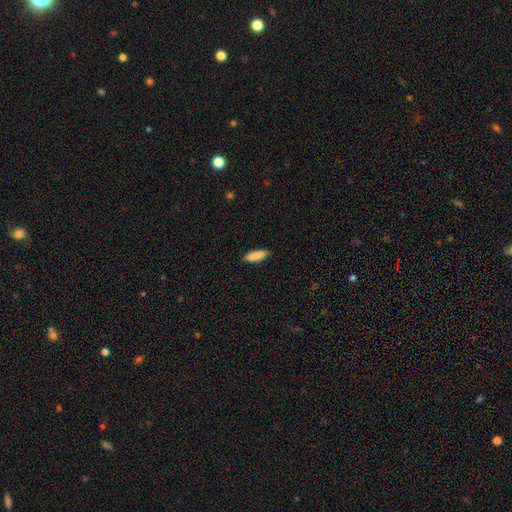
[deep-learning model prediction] Smooth or featured? Predicted: smooth (p=0.88). How rounded? Predicted: cigar-shaped (p=0.53). Merging? Predicted: none (p=0.87).